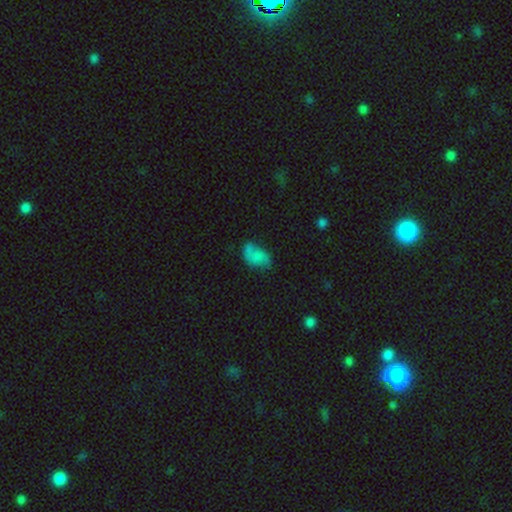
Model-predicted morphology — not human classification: A smooth galaxy with no disk features (57%) that is in between round and cigar-shaped (89%).

Vote fractions:
- Smooth or featured? smooth: 57% / featured or disk: 32% / star or artifact: 11%
- How rounded? in between: 89% / round: 9% / cigar-shaped: 2%
- Merging? none: 50% / minor disturbance: 29% / major disturbance: 14% / merger: 7%